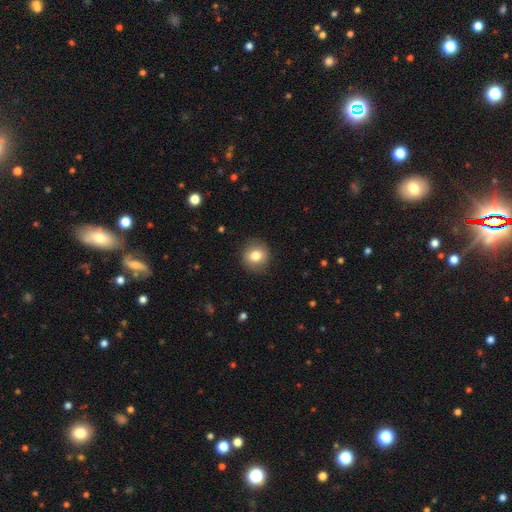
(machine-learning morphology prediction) Smooth or featured: smooth — 79% (featured or disk — 11%)
How rounded: round — 84% (in between — 15%)
Merging: none — 88% (minor disturbance — 9%)